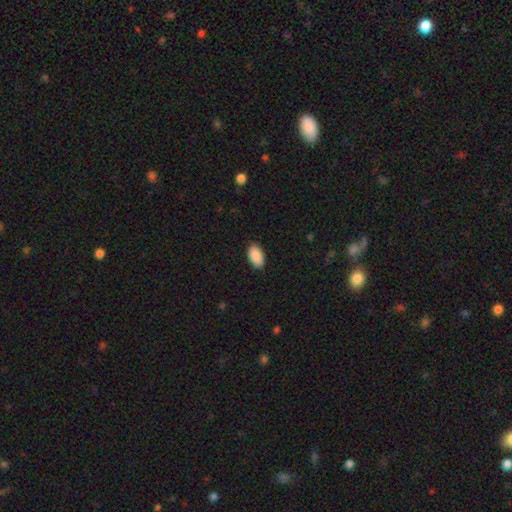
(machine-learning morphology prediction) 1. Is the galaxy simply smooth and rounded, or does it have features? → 90% smooth, 6% star or artifact, 3% featured or disk.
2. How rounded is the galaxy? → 95% in between, 3% round, 2% cigar-shaped.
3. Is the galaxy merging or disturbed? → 88% none, 9% minor disturbance, 2% major disturbance, 1% merger.